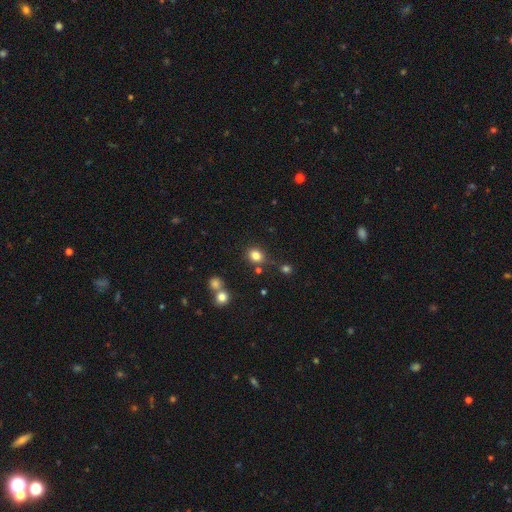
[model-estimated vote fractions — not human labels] A smooth galaxy with no disk features (82%) that is round (64%). Merging: none (76%).